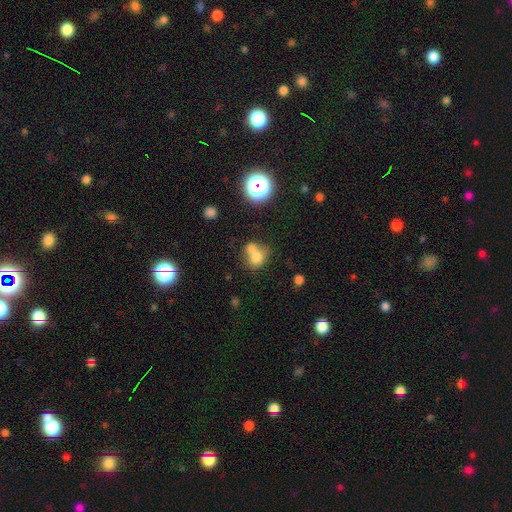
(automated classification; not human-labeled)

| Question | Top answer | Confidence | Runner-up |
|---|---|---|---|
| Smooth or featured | smooth | 73% | star or artifact (14%) |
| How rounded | round | 75% | in between (24%) |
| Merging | merger | 51% | none (36%) |